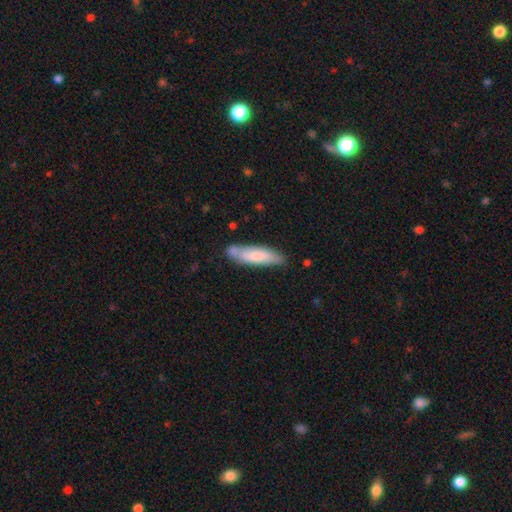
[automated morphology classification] The model was most divided on "how rounded": cigar-shaped: 62%, in between: 37%, round: 1%. More confident: smooth or featured — smooth (71%); merging — none (63%).